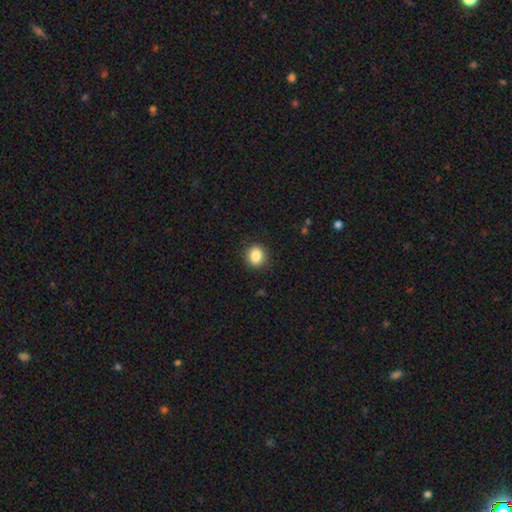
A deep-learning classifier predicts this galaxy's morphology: smooth 86%, star or artifact 9%, featured or disk 5%. Down the decision tree: how rounded — round (79%); merging — none (89%).